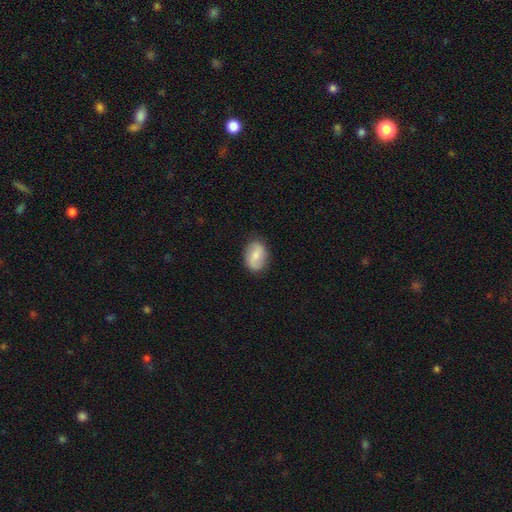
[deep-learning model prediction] Smooth or featured? smooth (64%)
How rounded? in between (79%)
Merging? none (84%)